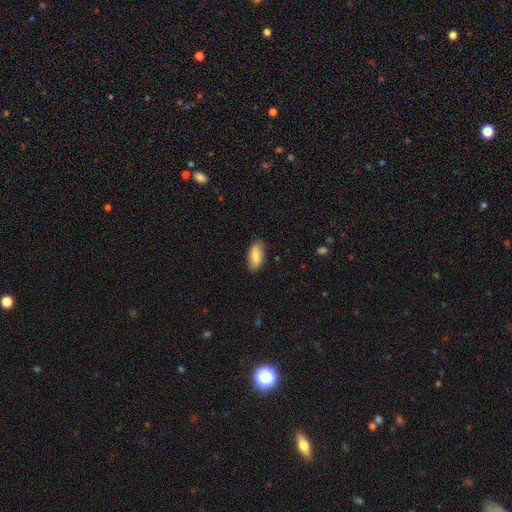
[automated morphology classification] smooth 85%, featured or disk 9%, star or artifact 6%. Down the decision tree: how rounded — in between (88%); merging — none (84%).